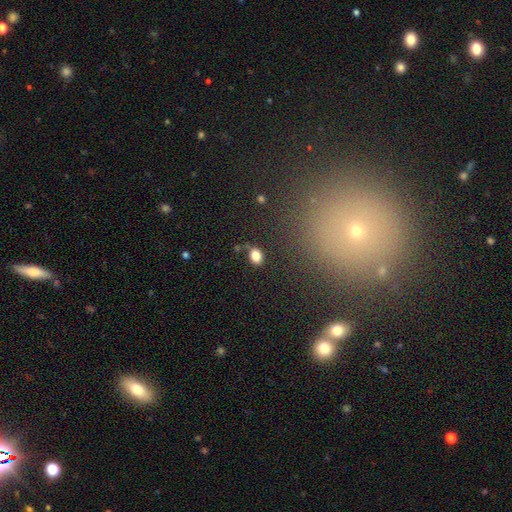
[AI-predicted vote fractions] Morphology: type=smooth (83%); roundness=in between (72%); merging=none (75%).